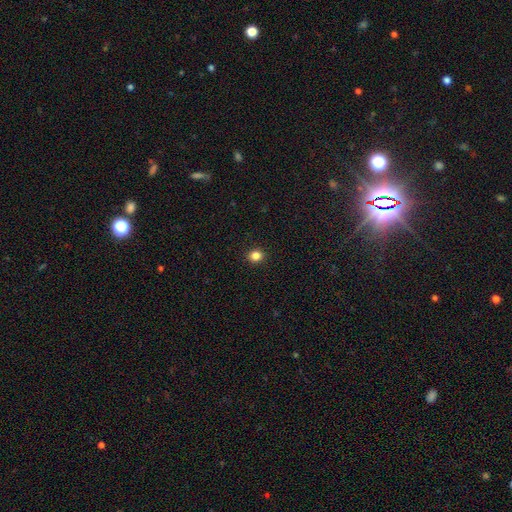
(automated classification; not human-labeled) Overall: smooth (84%). How rounded: round (78%). Merging: none (92%).